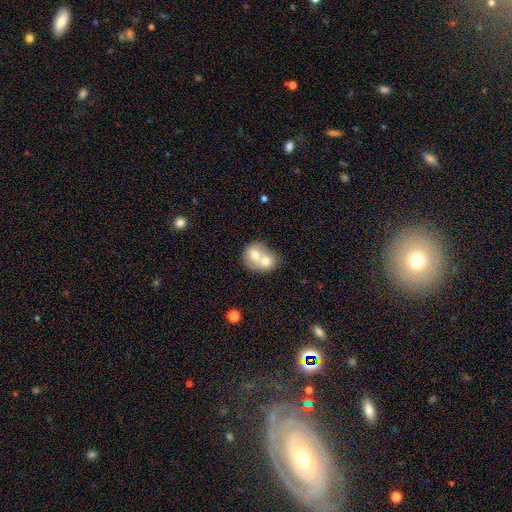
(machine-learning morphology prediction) smooth 64%, featured or disk 29%, star or artifact 8%. Down the decision tree: how rounded — round (59%); merging — merger (75%).